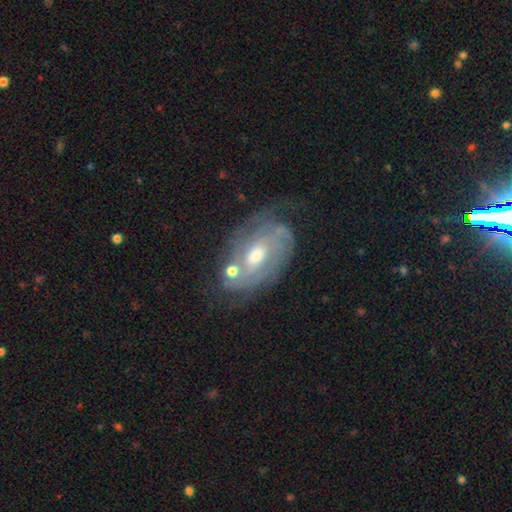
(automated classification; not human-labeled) featured or disk 78%, smooth 14%, star or artifact 8%. Down the decision tree: edge-on disk — no (95%); bar — no (53%); spiral arms — yes (85%); spiral arm count — 2 (40%); spiral winding — tight (55%); bulge size — moderate (70%); merging — none (54%).